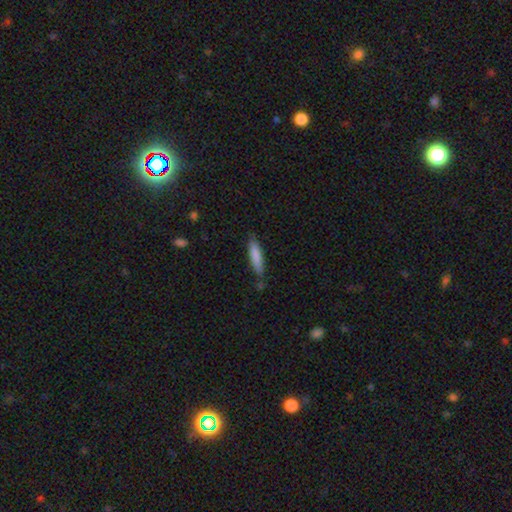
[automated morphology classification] smooth-or-featured: smooth: 83% | featured or disk: 11% | star or artifact: 6%
  how-rounded: cigar-shaped: 79% | in between: 20% | round: 1%
  merging: none: 78% | minor disturbance: 16% | merger: 3% | major disturbance: 3%